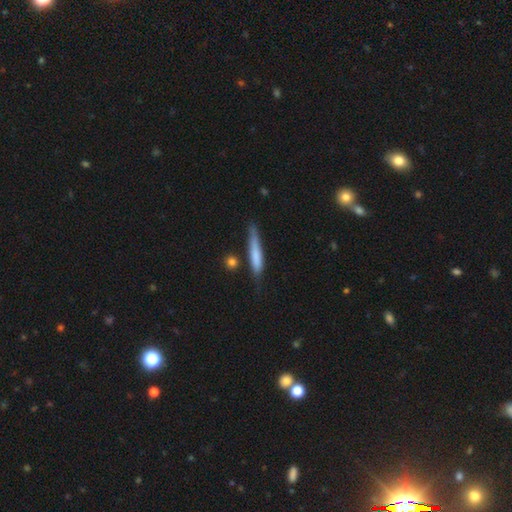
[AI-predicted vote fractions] Smooth or featured?
  - smooth: 70% *
  - featured or disk: 25%
  - star or artifact: 6%
How rounded?
  - cigar-shaped: 92% *
  - in between: 6%
  - round: 2%
Merging?
  - none: 66% *
  - minor disturbance: 24%
  - major disturbance: 5%
  - merger: 5%